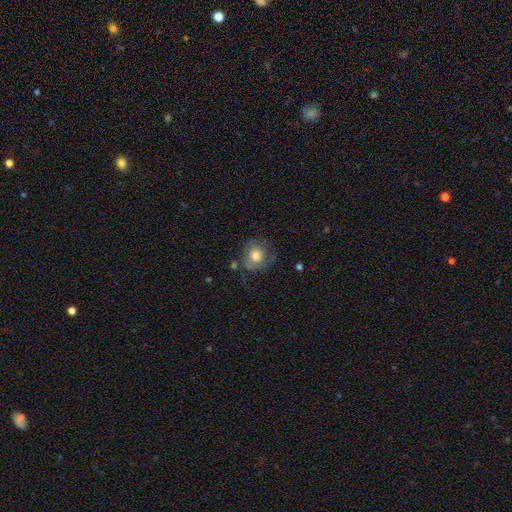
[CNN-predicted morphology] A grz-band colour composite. It shows a smooth galaxy with no disk features (60%) that is round (81%). Merging: none (58%).